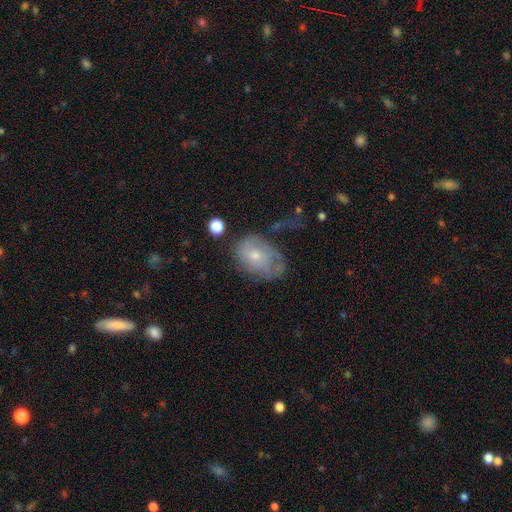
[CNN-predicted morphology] The model was most divided on "smooth or featured": smooth: 51%, featured or disk: 41%, star or artifact: 8%. Remaining: how rounded — in between (75%); merging — none (42%).